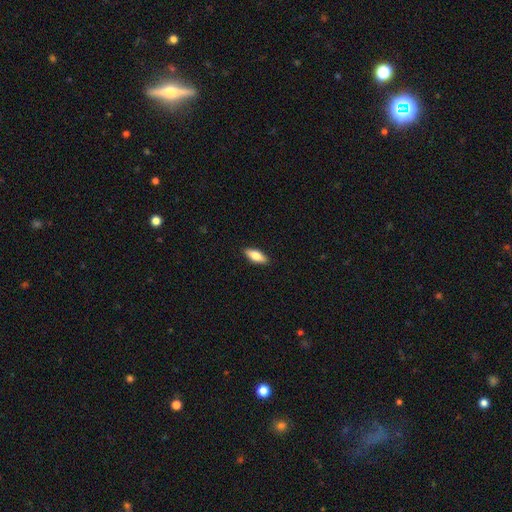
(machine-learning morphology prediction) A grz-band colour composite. It shows a smooth galaxy with no disk features (76%) that is in between round and cigar-shaped (75%). Merging: none (90%).